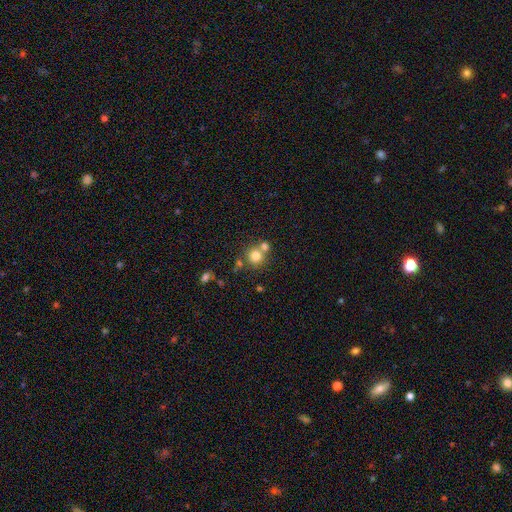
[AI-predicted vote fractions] Smooth or featured?
  - smooth: 77% *
  - star or artifact: 13%
  - featured or disk: 10%
How rounded?
  - round: 89% *
  - in between: 10%
  - cigar-shaped: 1%
Merging?
  - none: 56% *
  - merger: 33%
  - minor disturbance: 8%
  - major disturbance: 3%